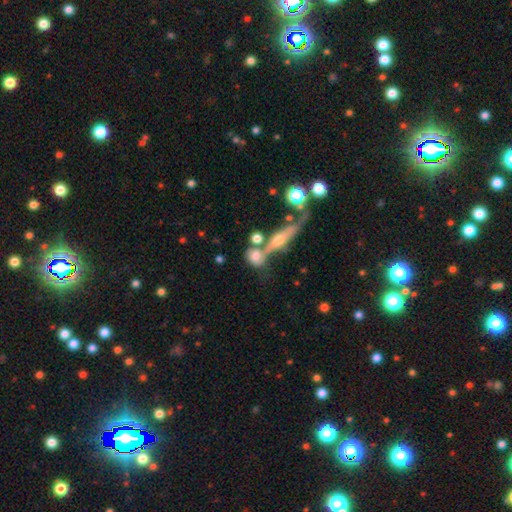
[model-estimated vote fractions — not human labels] A smooth galaxy with no disk features (63%) that is round (54%). Merging: none (39%).